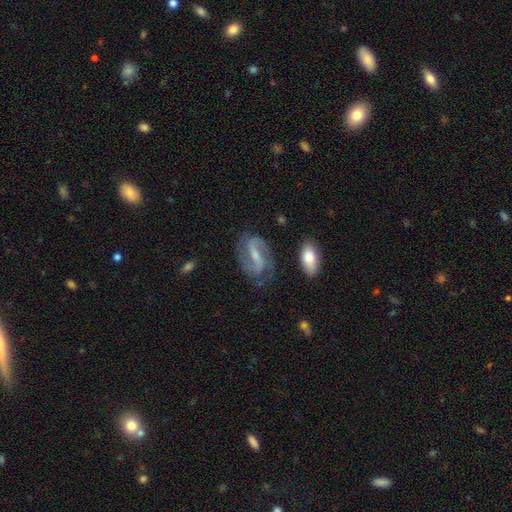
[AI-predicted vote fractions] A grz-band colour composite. It shows a featured or disk galaxy (87%) with a strong bar (45%), 2 (92%) medium (52%) spiral arms (96%) and a small central bulge (56%). Merging: none (75%).